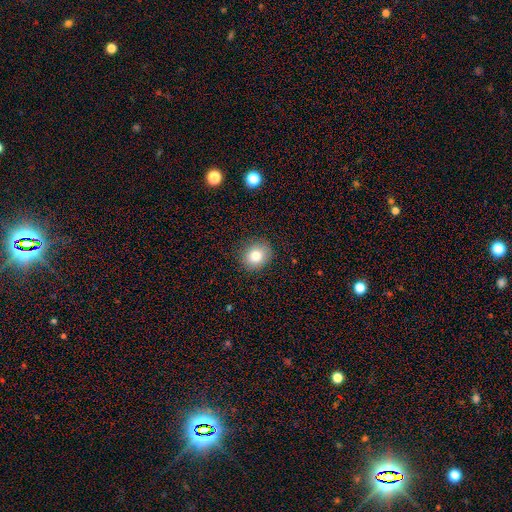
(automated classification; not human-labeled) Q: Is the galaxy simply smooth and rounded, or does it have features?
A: smooth — 79%.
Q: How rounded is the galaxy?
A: round — 79%.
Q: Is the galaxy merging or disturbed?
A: none — 88%.